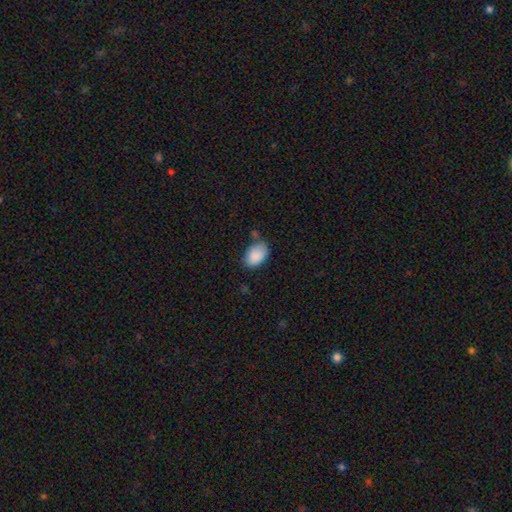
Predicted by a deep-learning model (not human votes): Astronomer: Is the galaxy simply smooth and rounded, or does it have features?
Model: smooth — 88%.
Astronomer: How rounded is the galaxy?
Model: in between — 91%.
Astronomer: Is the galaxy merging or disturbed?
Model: none — 64%.